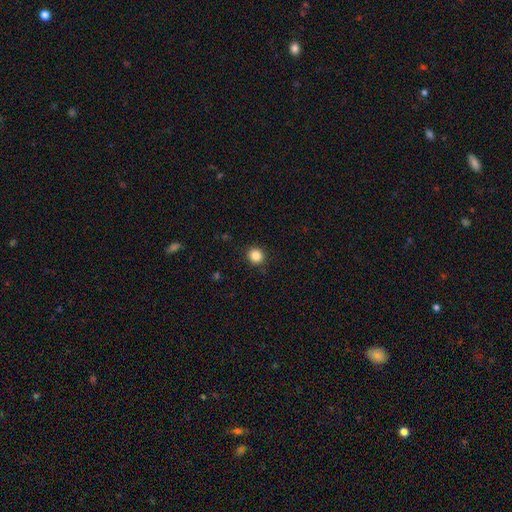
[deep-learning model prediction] Smooth or featured?
  - smooth: 84% *
  - star or artifact: 11%
  - featured or disk: 4%
How rounded?
  - round: 88% *
  - in between: 11%
  - cigar-shaped: 1%
Merging?
  - none: 91% *
  - minor disturbance: 6%
  - major disturbance: 2%
  - merger: 1%